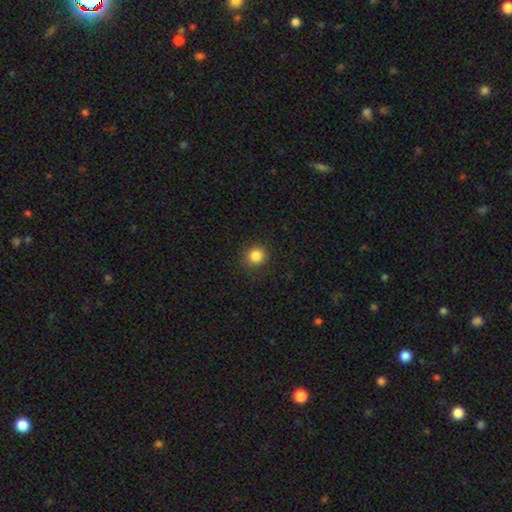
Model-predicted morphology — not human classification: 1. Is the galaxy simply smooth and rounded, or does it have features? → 85% smooth, 11% star or artifact, 4% featured or disk.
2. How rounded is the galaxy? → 90% round, 9% in between, 1% cigar-shaped.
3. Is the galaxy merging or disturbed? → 89% none, 7% minor disturbance, 2% major disturbance, 1% merger.